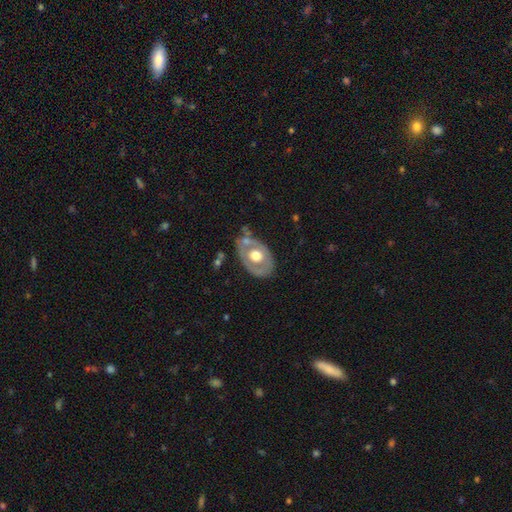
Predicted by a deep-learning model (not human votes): featured or disk 56%, smooth 39%, star or artifact 6%. Down the decision tree: edge-on disk — no (91%); bar — no (88%); spiral arms — no (85%); bulge size — moderate (54%); merging — none (60%).